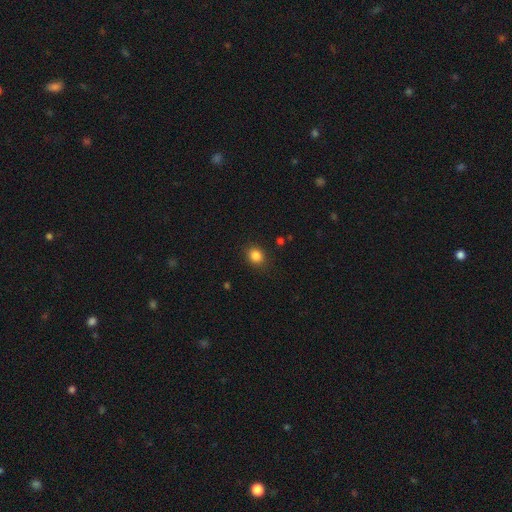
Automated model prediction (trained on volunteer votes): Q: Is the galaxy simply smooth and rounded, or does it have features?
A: smooth — 85%.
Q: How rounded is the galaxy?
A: round — 65%.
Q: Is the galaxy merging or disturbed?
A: none — 87%.